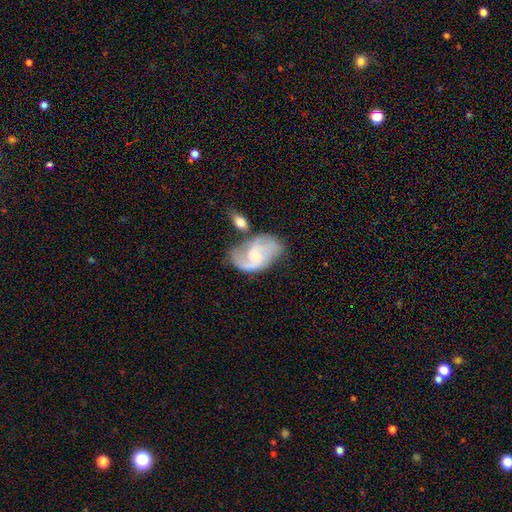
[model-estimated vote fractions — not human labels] The model was most divided on "bar": weak: 47%, no: 45%, strong: 8%. Remaining: edge-on disk — no (97%); spiral arms — yes (93%); spiral arm count — 2 (79%); smooth or featured — featured or disk (77%); bulge size — small (51%); spiral winding — medium (48%); merging — none (45%).